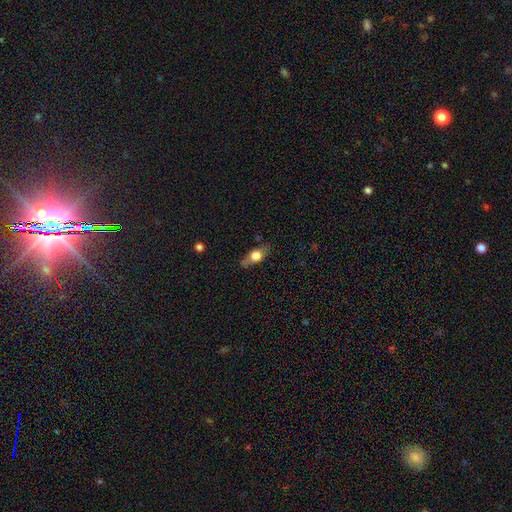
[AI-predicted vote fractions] Morphology: type=smooth (58%); roundness=in between (66%); merging=none (75%).